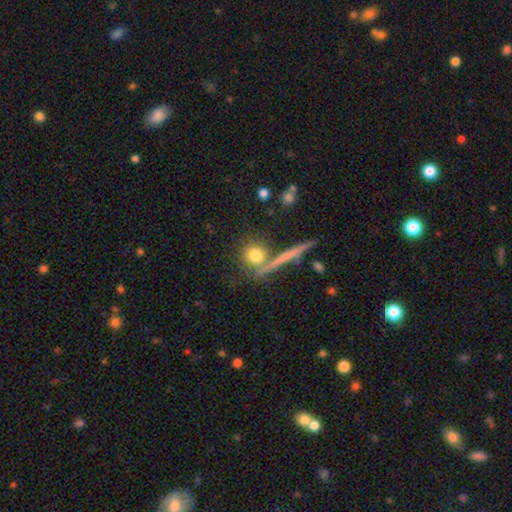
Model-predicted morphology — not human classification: smooth_or_featured: smooth (p=0.72) [alt: featured or disk p=0.17]
how_rounded: round (p=0.85) [alt: in between p=0.09]
merging: none (p=0.70) [alt: merger p=0.14]